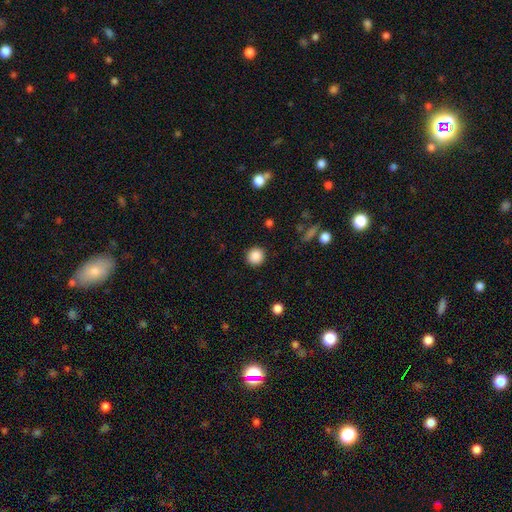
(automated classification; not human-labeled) The model was most divided on "smooth or featured": smooth: 87%, star or artifact: 10%, featured or disk: 3%. More confident: how rounded — round (93%); merging — none (91%).